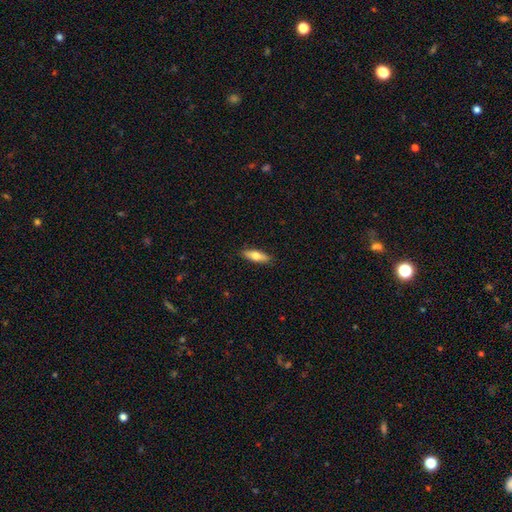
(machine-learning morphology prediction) type=smooth (67%); roundness=in between (51%); merging=none (89%).